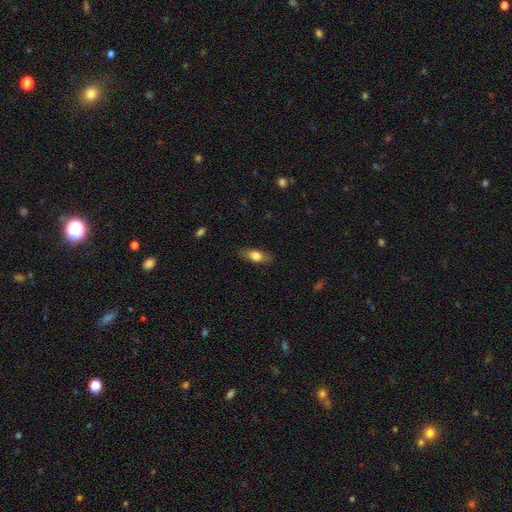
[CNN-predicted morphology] Overall: smooth (72%). How rounded: in between (72%). Merging: none (84%).